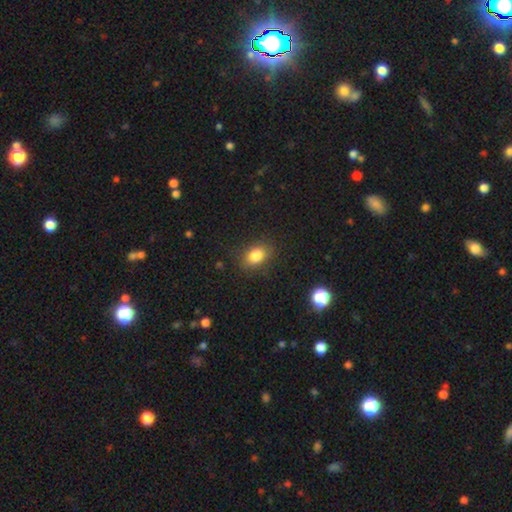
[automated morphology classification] smooth 83%, star or artifact 10%, featured or disk 7%. Down the decision tree: how rounded — in between (74%); merging — none (83%).